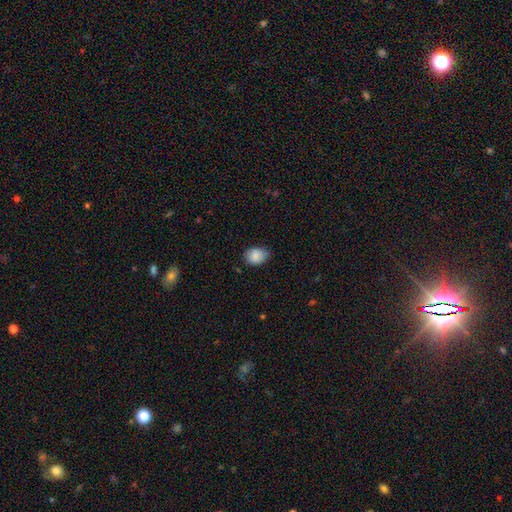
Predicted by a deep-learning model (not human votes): Smooth or featured: smooth — 87% (star or artifact — 8%)
How rounded: in between — 62% (round — 37%)
Merging: none — 69% (minor disturbance — 26%)